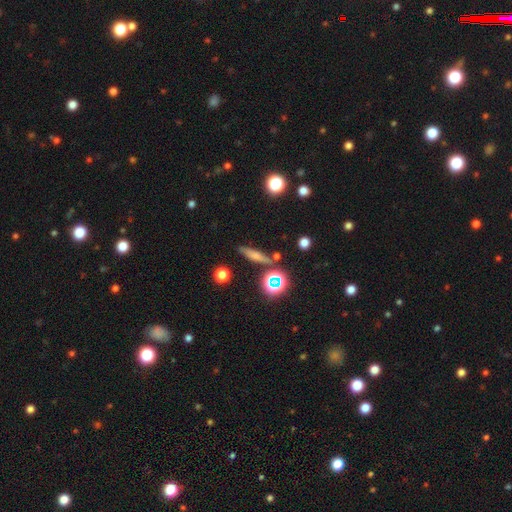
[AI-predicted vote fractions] A smooth galaxy with no disk features (53%) that is cigar-shaped (76%). Merging: none (80%).